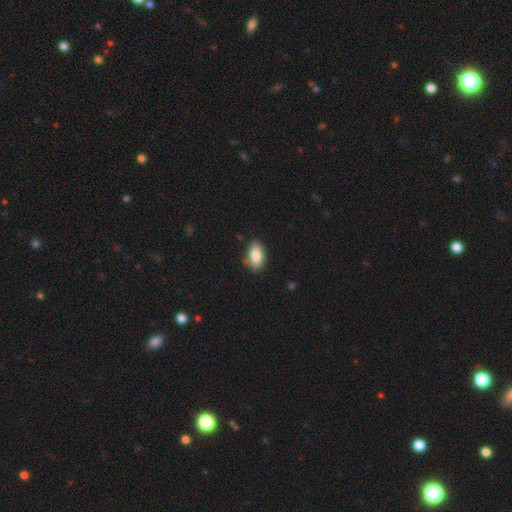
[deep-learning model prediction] Morphology: type=smooth (83%); roundness=in between (91%); merging=none (79%).